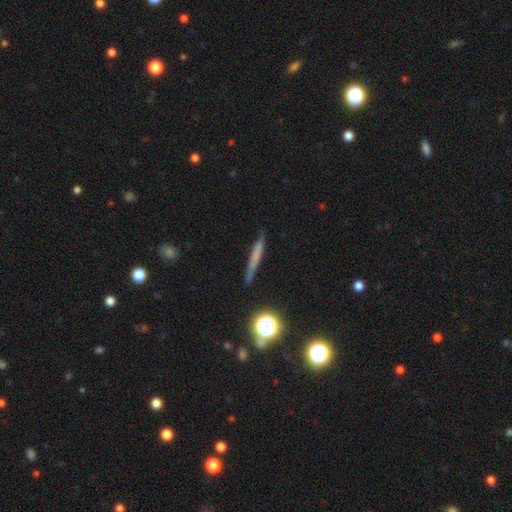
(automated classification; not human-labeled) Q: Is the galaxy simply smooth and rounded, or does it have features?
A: smooth — 55%.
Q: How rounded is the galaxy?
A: cigar-shaped — 90%.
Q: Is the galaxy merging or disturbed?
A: none — 85%.